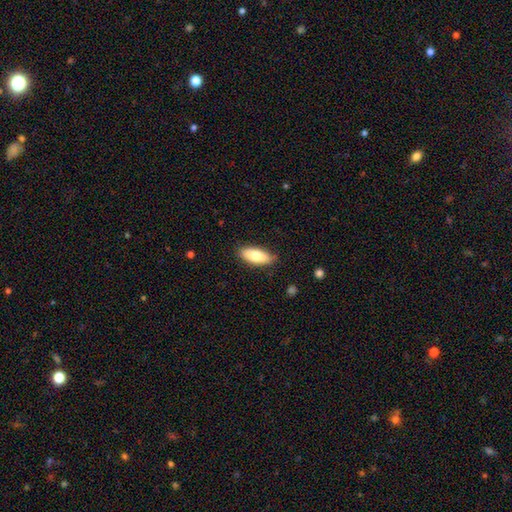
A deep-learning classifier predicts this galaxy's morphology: Smooth or featured: smooth — 81% (featured or disk — 13%)
How rounded: in between — 78% (cigar-shaped — 20%)
Merging: none — 83% (minor disturbance — 13%)